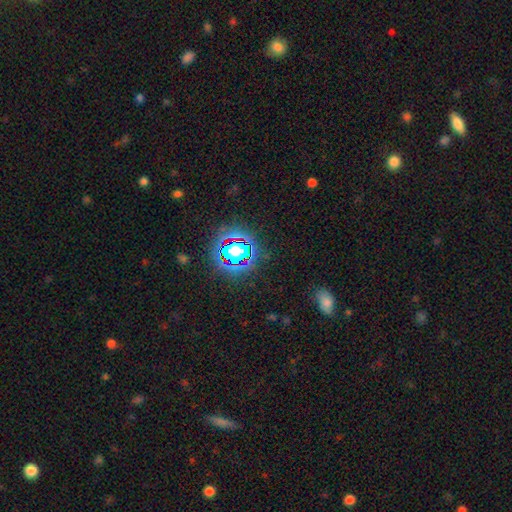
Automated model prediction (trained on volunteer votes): A star or artifact, not a galaxy (76%).